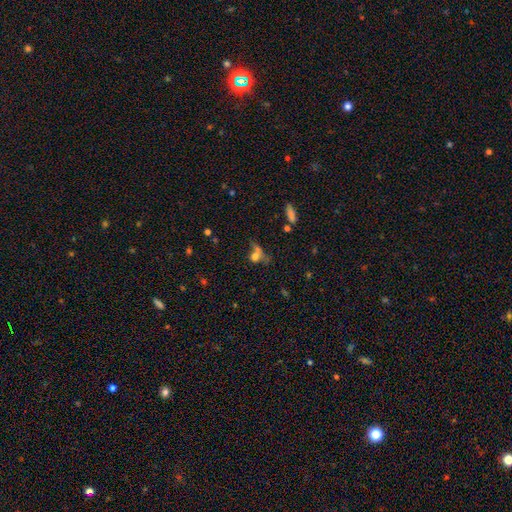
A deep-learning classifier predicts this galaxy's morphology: This appears to be a smooth galaxy with no disk features (59%) that is in between round and cigar-shaped (45%). Merging: none (35%).